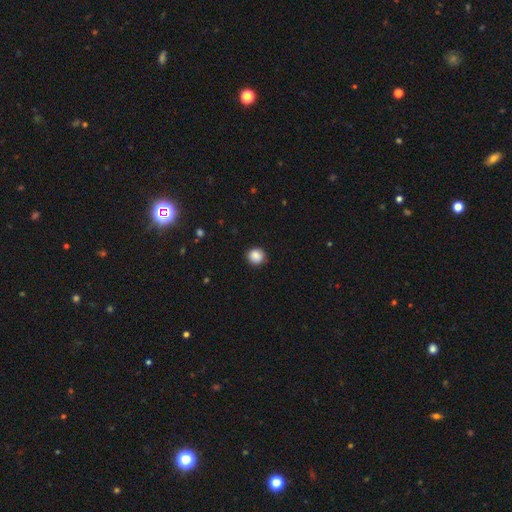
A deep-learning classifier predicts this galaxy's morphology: This is clearly a smooth galaxy (88%). How rounded: clearly round (90%). Merging: clearly none (90%).